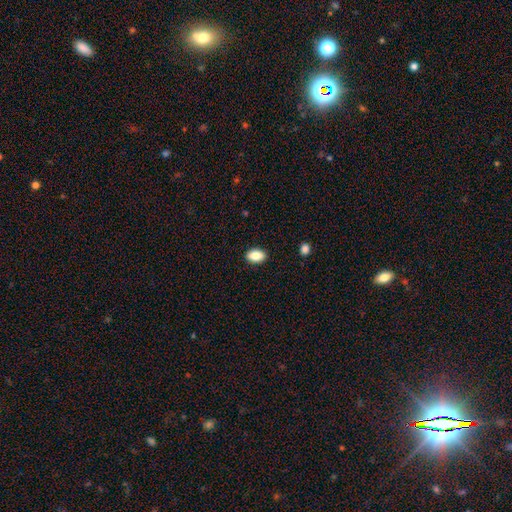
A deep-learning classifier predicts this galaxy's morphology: Q: Smooth or featured?
A: smooth (87%); runner-up: star or artifact (8%)
Q: How rounded?
A: in between (88%); runner-up: round (10%)
Q: Merging?
A: none (90%); runner-up: minor disturbance (7%)